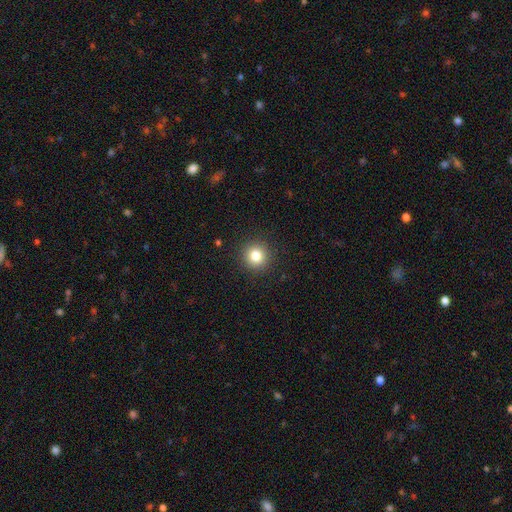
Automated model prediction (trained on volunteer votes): smooth_or_featured: smooth (p=0.82) [alt: star or artifact p=0.12]
how_rounded: round (p=0.94) [alt: in between p=0.05]
merging: none (p=0.92) [alt: minor disturbance p=0.05]